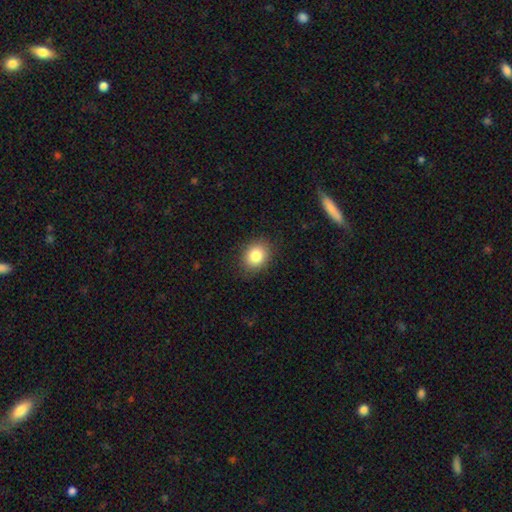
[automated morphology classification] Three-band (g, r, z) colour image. It shows a smooth galaxy with no disk features (83%) that is round (56%). Merging: none (86%).